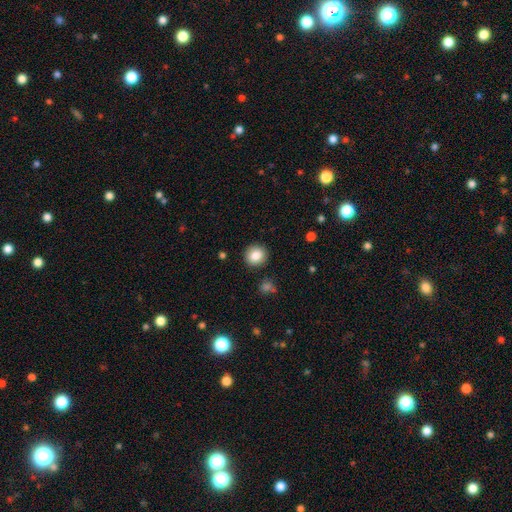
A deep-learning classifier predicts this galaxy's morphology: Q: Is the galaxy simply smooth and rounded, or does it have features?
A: smooth — 85%.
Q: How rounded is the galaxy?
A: round — 89%.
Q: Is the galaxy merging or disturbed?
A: none — 90%.